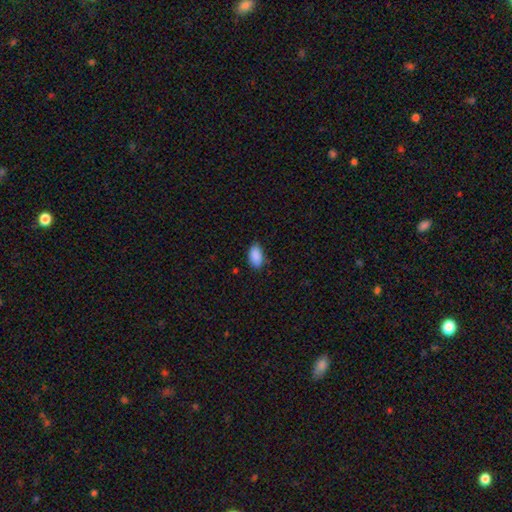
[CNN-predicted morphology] Smooth or featured?
  - smooth: 90% *
  - star or artifact: 7%
  - featured or disk: 3%
How rounded?
  - in between: 94% *
  - round: 4%
  - cigar-shaped: 2%
Merging?
  - none: 80% *
  - minor disturbance: 16%
  - major disturbance: 3%
  - merger: 1%